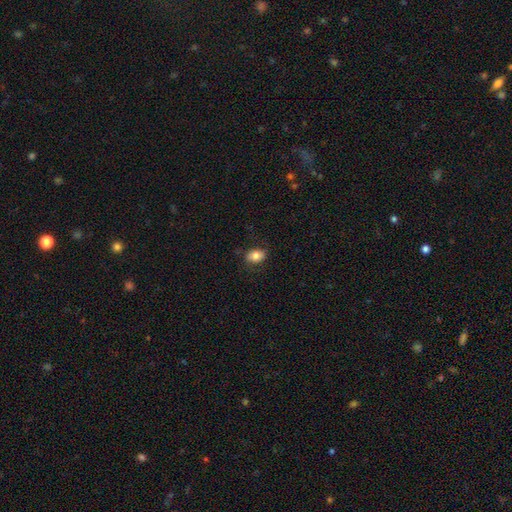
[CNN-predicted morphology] This appears to be a smooth galaxy with no disk features (81%) that is in between round and cigar-shaped (81%). Merging: none (79%).